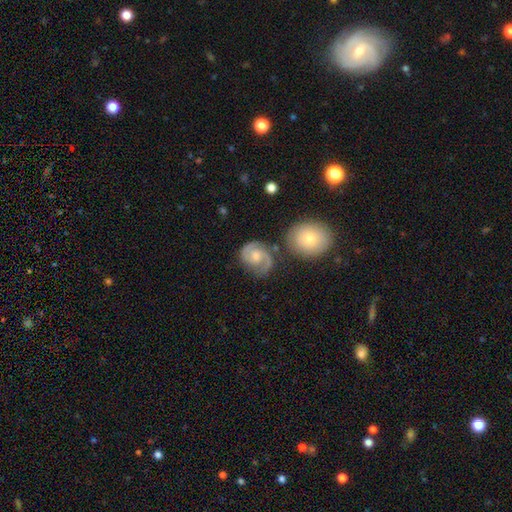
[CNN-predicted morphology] A featured or disk galaxy (85%) with no bar (60%), 2 (89%) medium (52%) spiral arms (97%) and a moderate central bulge (54%).

Vote fractions:
- Smooth or featured? featured or disk: 85% / smooth: 10% / star or artifact: 5%
- Edge-on disk? no: 98% / yes: 2%
- Bar? no: 60% / weak: 34% / strong: 6%
- Spiral arms? yes: 97% / no: 3%
- Spiral winding? medium: 52% / tight: 36% / loose: 12%
- Spiral arm count? 2: 89% / 1: 4% / can't tell: 3% / 3: 2% / 4: 1% / more than 4: 1%
- Bulge size? moderate: 54% / small: 35% / none: 5% / large: 5% / dominant: 1%
- Merging? none: 69% / minor disturbance: 16% / merger: 8% / major disturbance: 7%